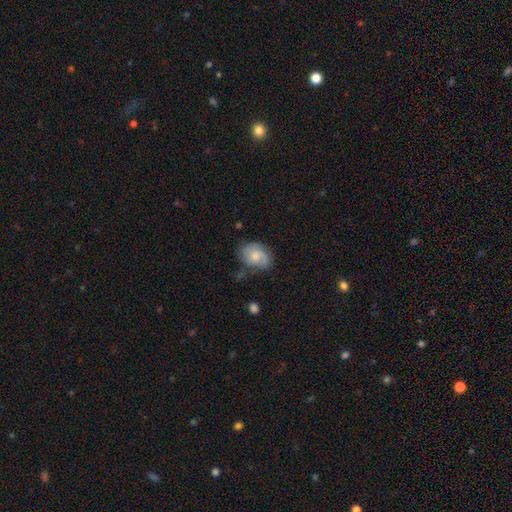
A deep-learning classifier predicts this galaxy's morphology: A smooth galaxy with no disk features (55%) that is in between round and cigar-shaped (73%). Merging: none (61%).